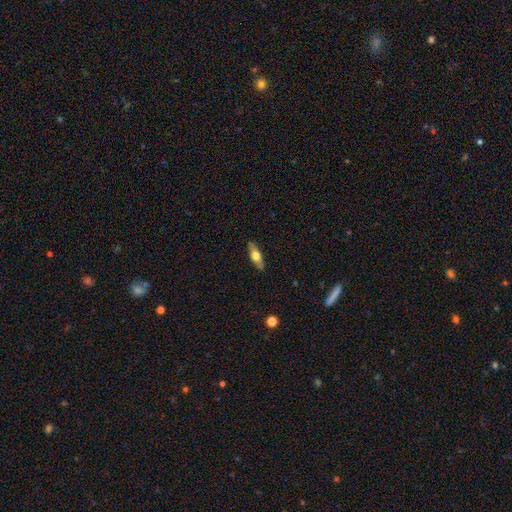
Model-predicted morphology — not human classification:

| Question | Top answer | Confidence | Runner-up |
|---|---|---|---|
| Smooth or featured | smooth | 51% | featured or disk (43%) |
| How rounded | in between | 54% | cigar-shaped (42%) |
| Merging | none | 86% | minor disturbance (11%) |